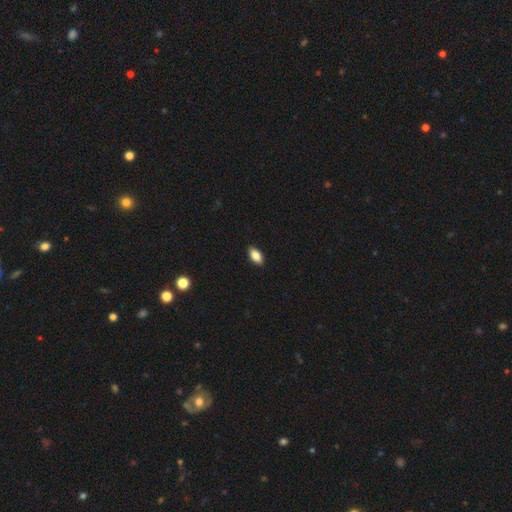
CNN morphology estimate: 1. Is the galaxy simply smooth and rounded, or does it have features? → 82% smooth, 11% featured or disk, 7% star or artifact.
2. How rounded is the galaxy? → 90% in between, 6% cigar-shaped, 3% round.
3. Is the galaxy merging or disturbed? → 89% none, 8% minor disturbance, 2% major disturbance, 1% merger.